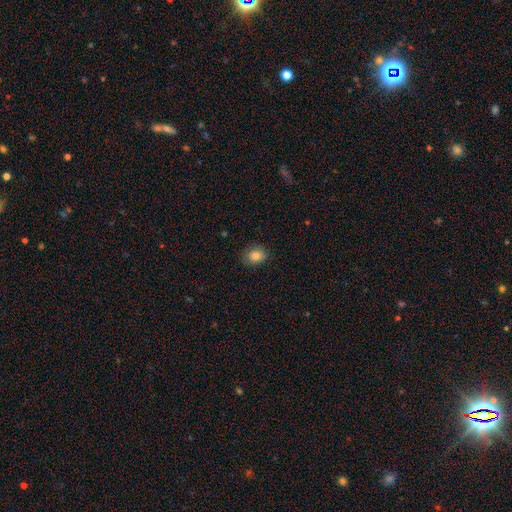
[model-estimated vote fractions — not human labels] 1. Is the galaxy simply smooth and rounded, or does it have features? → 84% smooth, 10% star or artifact, 6% featured or disk.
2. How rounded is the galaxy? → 58% in between, 41% round, 1% cigar-shaped.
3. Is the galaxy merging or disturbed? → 84% none, 13% minor disturbance, 3% major disturbance, 1% merger.